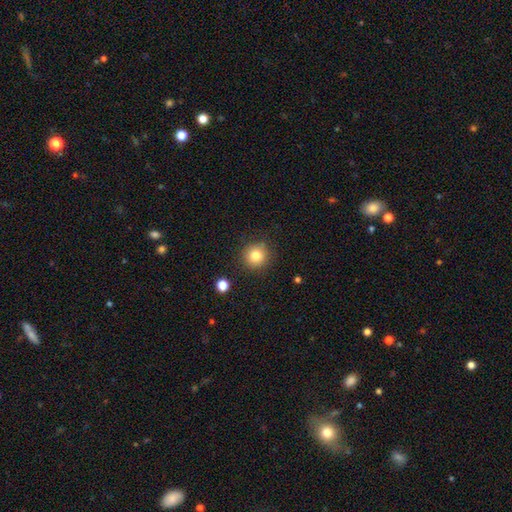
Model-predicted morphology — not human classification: smooth-or-featured: smooth: 80% | star or artifact: 11% | featured or disk: 9%
  how-rounded: round: 93% | in between: 6% | cigar-shaped: 1%
  merging: none: 87% | minor disturbance: 8% | major disturbance: 3% | merger: 2%